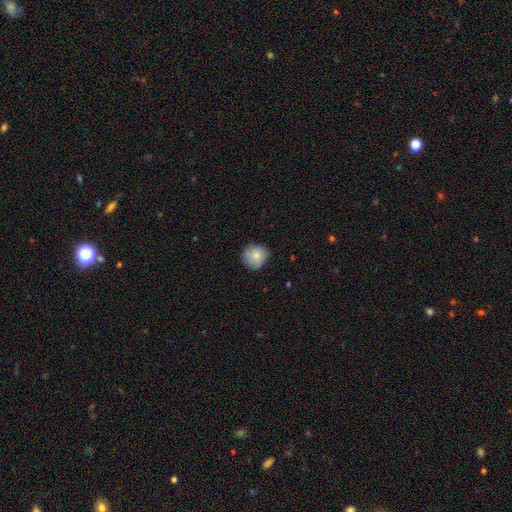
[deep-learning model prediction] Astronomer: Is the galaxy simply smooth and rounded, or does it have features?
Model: smooth — 80%.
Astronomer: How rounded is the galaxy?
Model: round — 89%.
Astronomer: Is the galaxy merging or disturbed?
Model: none — 79%.